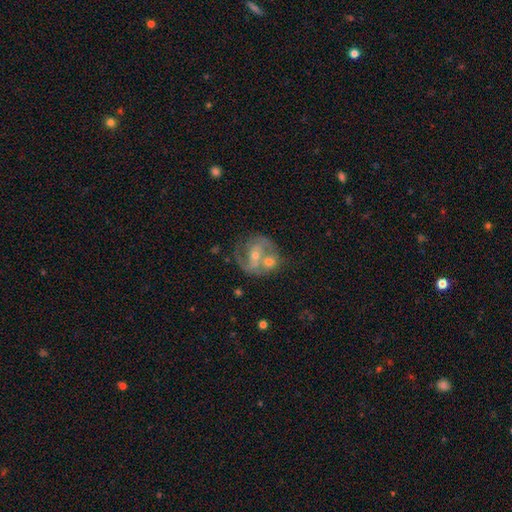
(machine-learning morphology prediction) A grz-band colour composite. It shows a featured or disk galaxy (79%) with a weak bar (40%), 2 (76%) medium (50%) spiral arms (86%) and a small central bulge (50%). Merging: none (43%).